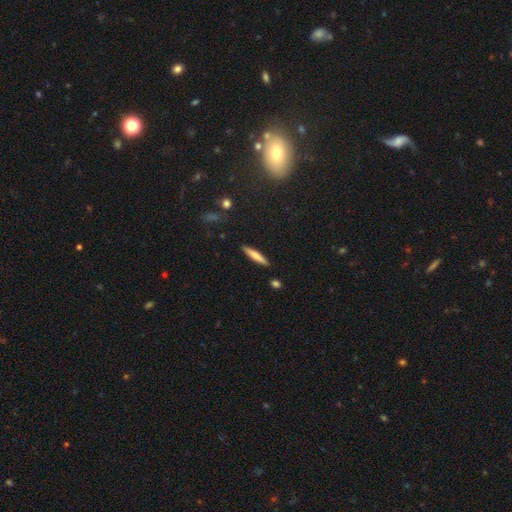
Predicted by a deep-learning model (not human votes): smooth_or_featured: smooth (p=0.67) [alt: featured or disk p=0.26]
how_rounded: cigar-shaped (p=0.88) [alt: in between p=0.11]
merging: none (p=0.90) [alt: minor disturbance p=0.07]